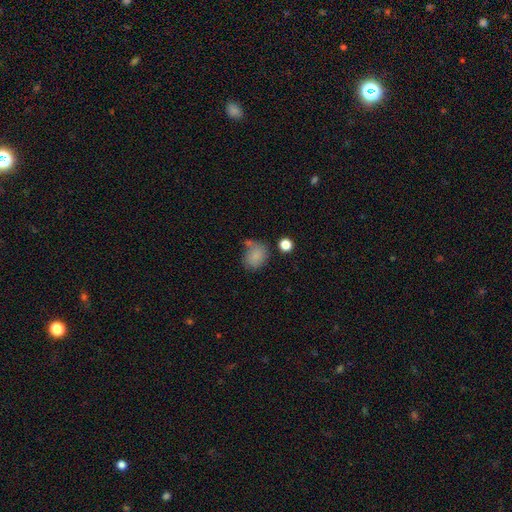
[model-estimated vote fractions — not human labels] smooth-or-featured: smooth: 82% | star or artifact: 10% | featured or disk: 8%
  how-rounded: round: 51% | in between: 48% | cigar-shaped: 1%
  merging: none: 58% | minor disturbance: 21% | merger: 13% | major disturbance: 8%